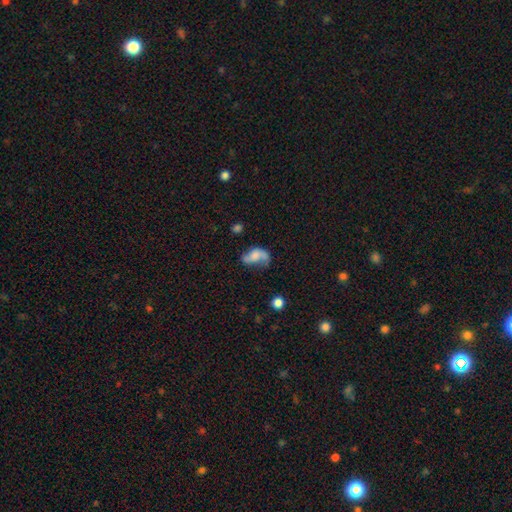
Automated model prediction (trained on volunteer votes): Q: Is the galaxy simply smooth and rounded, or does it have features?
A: featured or disk — 56%.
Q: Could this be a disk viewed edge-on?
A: no — 96%.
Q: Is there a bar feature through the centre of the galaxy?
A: no — 64%.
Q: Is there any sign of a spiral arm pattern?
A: yes — 85%.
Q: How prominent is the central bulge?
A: none — 35%.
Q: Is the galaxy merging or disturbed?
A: none — 44%.